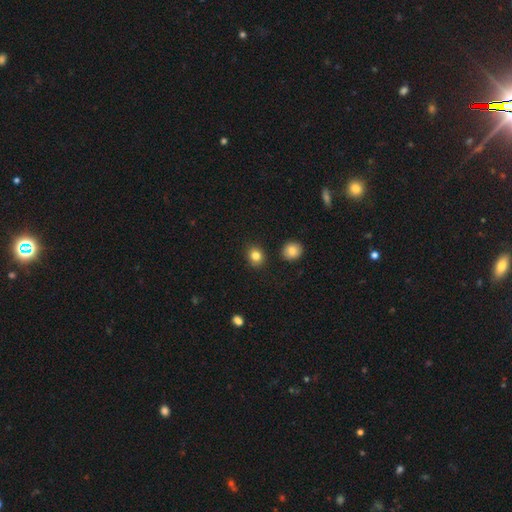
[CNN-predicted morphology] smooth-or-featured: smooth: 84% | star or artifact: 11% | featured or disk: 6%
  how-rounded: round: 73% | in between: 26% | cigar-shaped: 1%
  merging: none: 88% | minor disturbance: 7% | merger: 3% | major disturbance: 2%